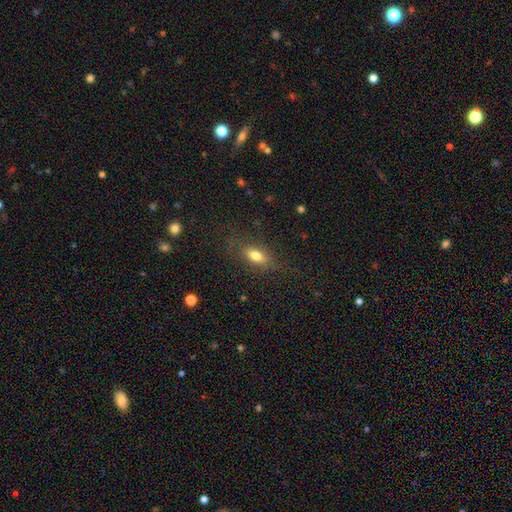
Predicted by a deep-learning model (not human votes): Smooth or featured: smooth — 74% (featured or disk — 15%)
How rounded: in between — 78% (cigar-shaped — 14%)
Merging: none — 77% (minor disturbance — 14%)